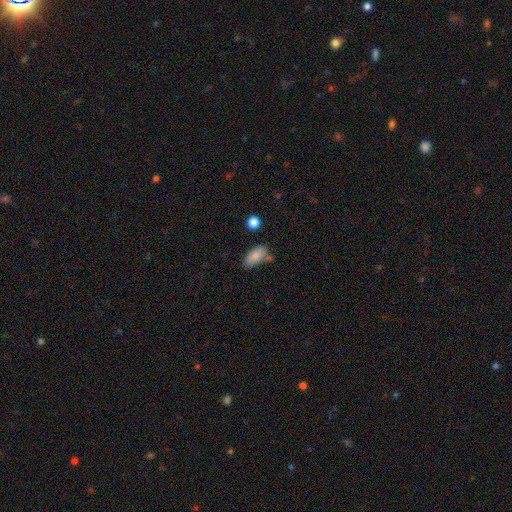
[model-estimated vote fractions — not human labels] This appears to be a smooth galaxy with no disk features (84%) that is in between round and cigar-shaped (90%). Merging: none (62%).